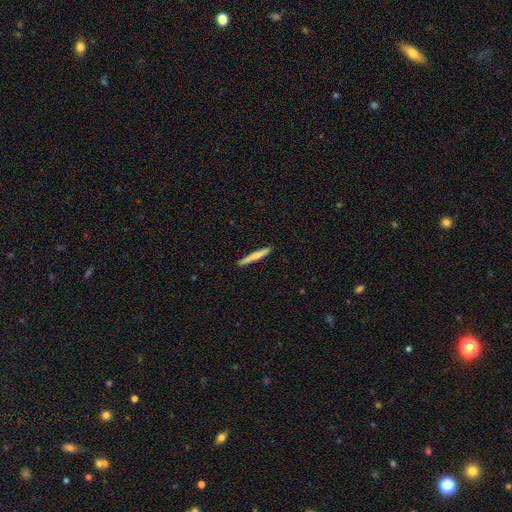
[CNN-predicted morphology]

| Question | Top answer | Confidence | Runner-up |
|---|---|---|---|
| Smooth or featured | smooth | 66% | featured or disk (29%) |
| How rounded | cigar-shaped | 96% | in between (3%) |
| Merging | none | 91% | minor disturbance (7%) |